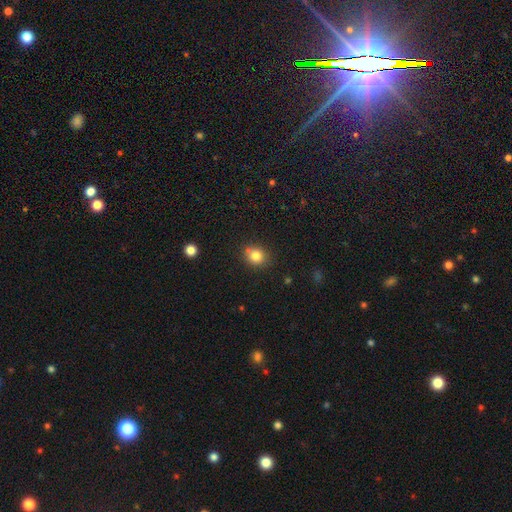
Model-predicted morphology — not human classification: Overall: smooth (82%). How rounded: round (74%). Merging: none (78%).